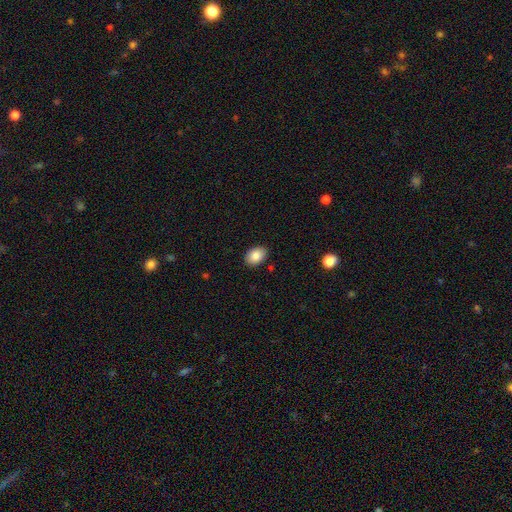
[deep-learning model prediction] Morphology: type=smooth (87%); roundness=in between (80%); merging=none (88%).